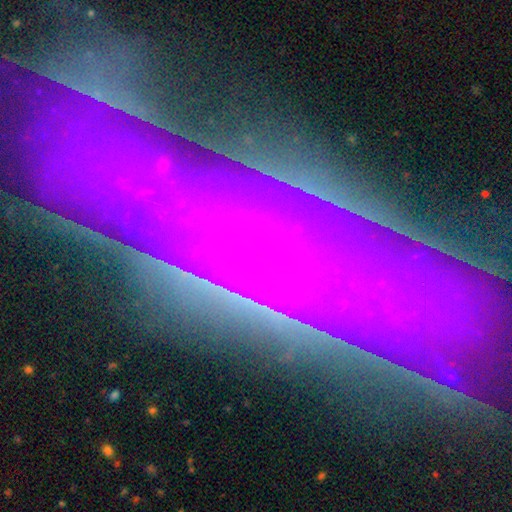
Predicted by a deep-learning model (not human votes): smooth_or_featured: featured or disk (p=0.57) [alt: star or artifact p=0.31]
disk_edge_on: no (p=0.79) [alt: yes p=0.21]
merging: none (p=0.70) [alt: minor disturbance p=0.16]